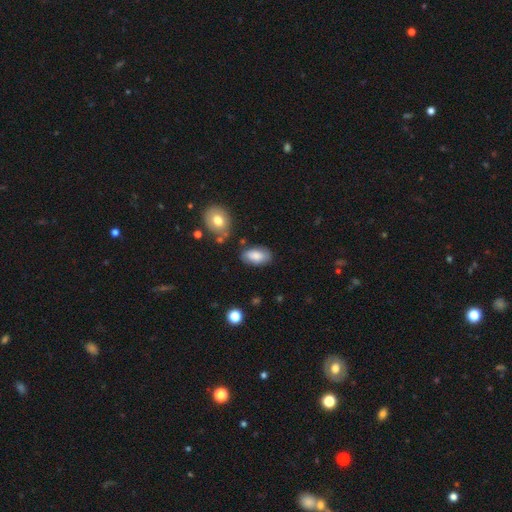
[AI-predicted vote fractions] A smooth galaxy with no disk features (82%) that is in between round and cigar-shaped (94%). Merging: none (76%).